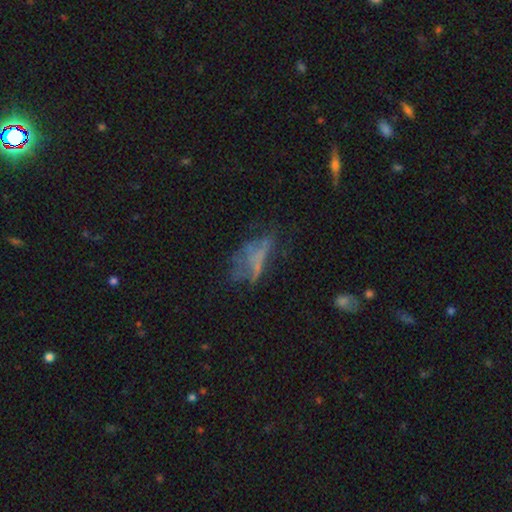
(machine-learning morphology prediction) Smooth or featured?
  - featured or disk: 48% *
  - smooth: 30%
  - star or artifact: 21%
Merging?
  - none: 38% *
  - major disturbance: 34%
  - minor disturbance: 21%
  - merger: 7%